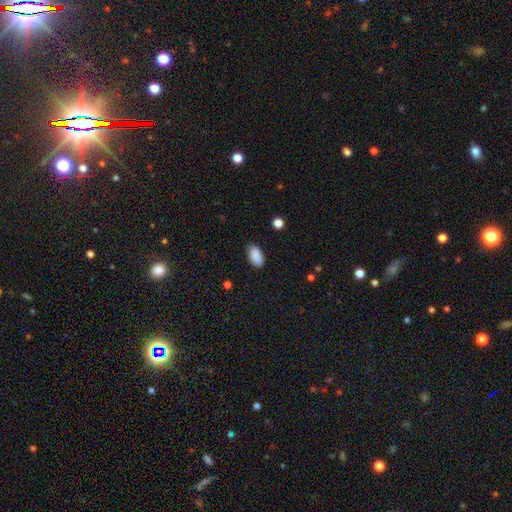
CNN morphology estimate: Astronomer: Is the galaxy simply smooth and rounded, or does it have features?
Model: smooth — 89%.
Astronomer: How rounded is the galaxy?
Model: in between — 94%.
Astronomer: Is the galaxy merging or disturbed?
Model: none — 86%.